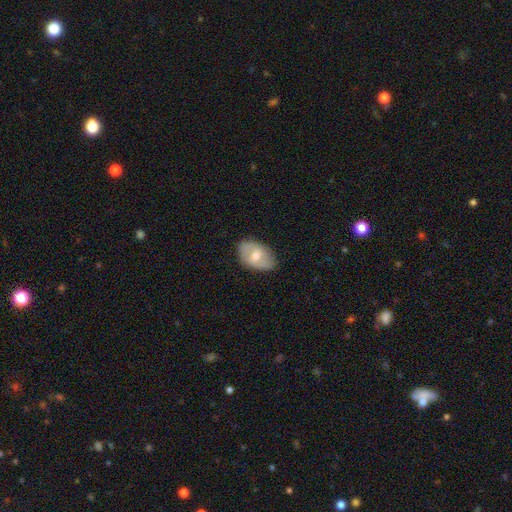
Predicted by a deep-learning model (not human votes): Smooth or featured? smooth (53%)
How rounded? in between (88%)
Merging? none (78%)